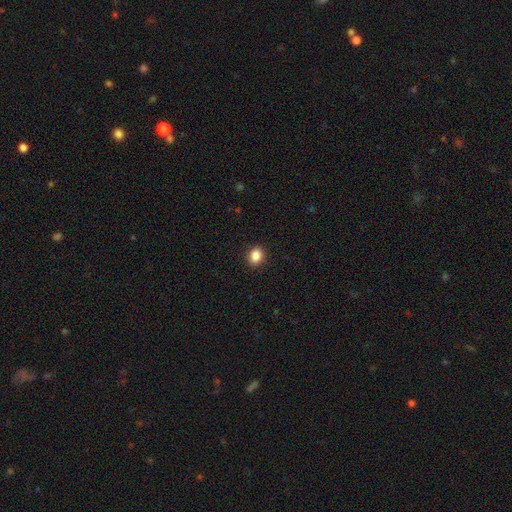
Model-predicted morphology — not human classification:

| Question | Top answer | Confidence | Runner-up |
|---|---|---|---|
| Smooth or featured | smooth | 87% | star or artifact (10%) |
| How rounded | in between | 50% | round (49%) |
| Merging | none | 91% | minor disturbance (6%) |